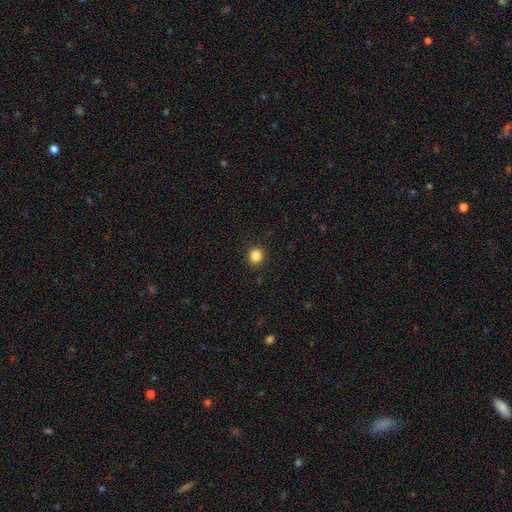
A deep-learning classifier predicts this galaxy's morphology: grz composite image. It shows a smooth galaxy with no disk features (85%) that is round (87%). Merging: none (91%).